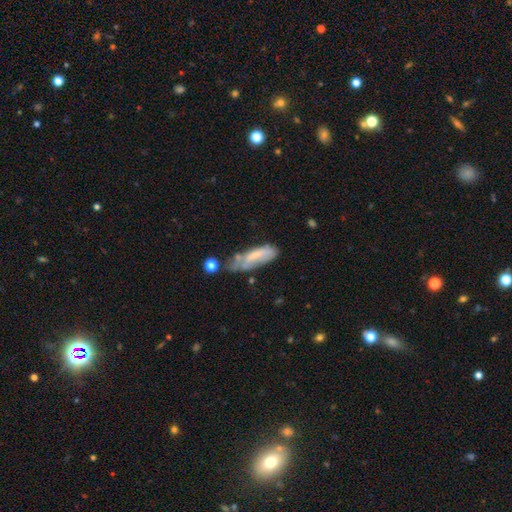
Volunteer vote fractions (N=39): This is possibly a featured or disk galaxy (51%). It is clearly not viewed edge-on (80%). Bar: likely no (62%). Spiral arm pattern: likely no (62%). Central bulge: marginally small (44%). Merging: marginally minor disturbance (42%).